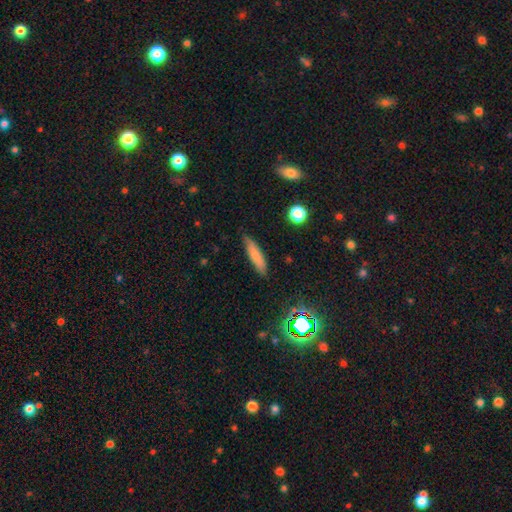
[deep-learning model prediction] Q: Smooth or featured?
A: smooth (78%); runner-up: featured or disk (14%)
Q: How rounded?
A: cigar-shaped (78%); runner-up: in between (20%)
Q: Merging?
A: none (83%); runner-up: minor disturbance (14%)